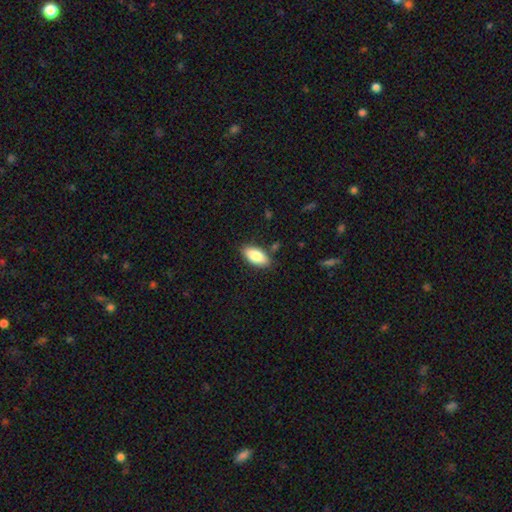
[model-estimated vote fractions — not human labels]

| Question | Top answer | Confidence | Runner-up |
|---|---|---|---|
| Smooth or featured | smooth | 85% | featured or disk (9%) |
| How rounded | in between | 90% | cigar-shaped (8%) |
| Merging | none | 84% | minor disturbance (11%) |